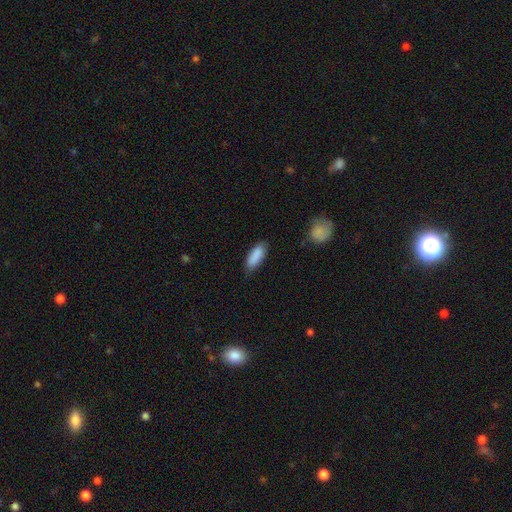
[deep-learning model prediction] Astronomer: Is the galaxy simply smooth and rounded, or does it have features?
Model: smooth — 88%.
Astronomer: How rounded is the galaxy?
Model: in between — 74%.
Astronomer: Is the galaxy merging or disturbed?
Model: none — 80%.